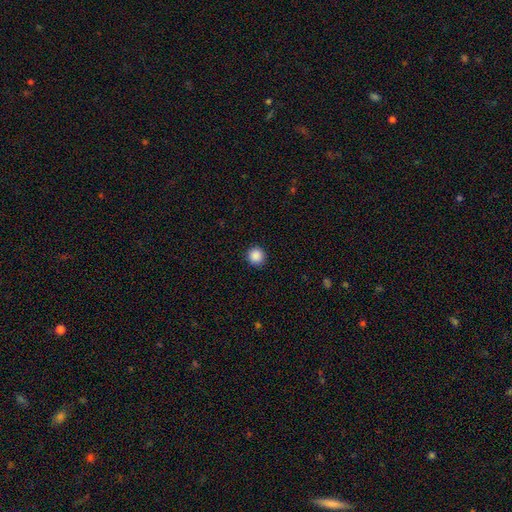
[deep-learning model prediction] Smooth or featured?
  - smooth: 88% *
  - star or artifact: 9%
  - featured or disk: 2%
How rounded?
  - round: 95% *
  - in between: 4%
  - cigar-shaped: 1%
Merging?
  - none: 92% *
  - minor disturbance: 5%
  - major disturbance: 2%
  - merger: 1%